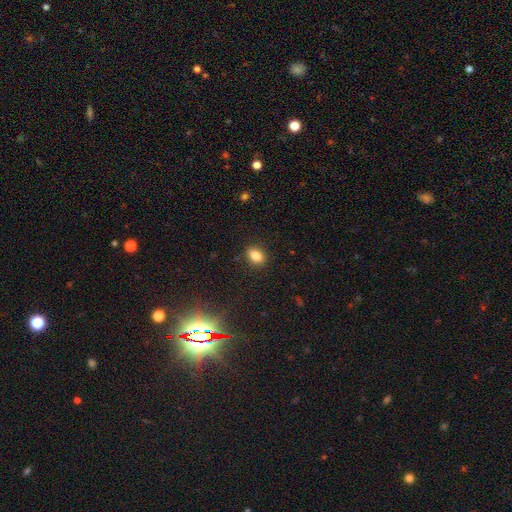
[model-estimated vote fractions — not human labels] Smooth or featured? smooth (82%)
How rounded? in between (73%)
Merging? none (88%)